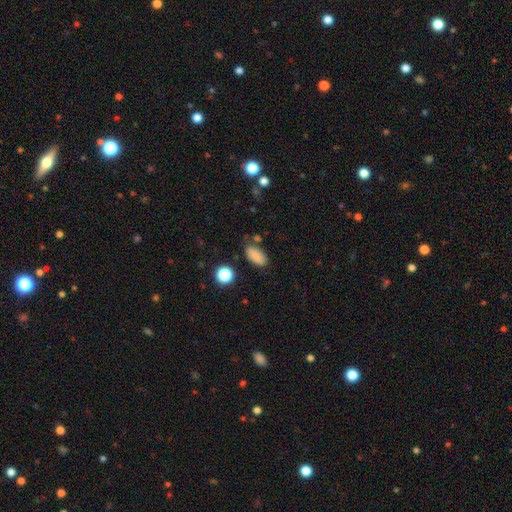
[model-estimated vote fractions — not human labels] Smooth or featured?
  - smooth: 84% *
  - star or artifact: 10%
  - featured or disk: 6%
How rounded?
  - in between: 90% *
  - round: 5%
  - cigar-shaped: 5%
Merging?
  - none: 75% *
  - minor disturbance: 16%
  - merger: 5%
  - major disturbance: 4%